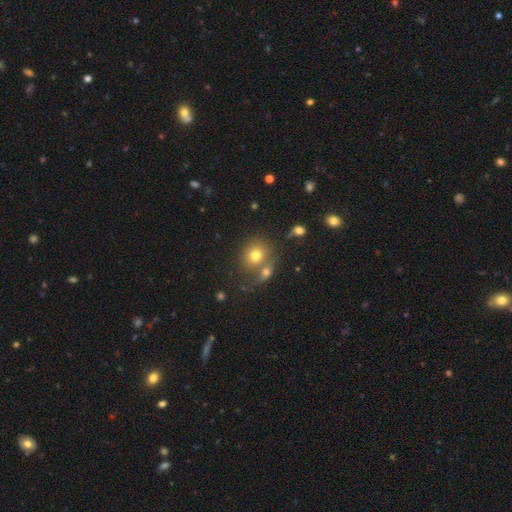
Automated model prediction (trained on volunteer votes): Smooth or featured?
  - smooth: 73% *
  - featured or disk: 14%
  - star or artifact: 13%
How rounded?
  - round: 74% *
  - in between: 25%
  - cigar-shaped: 1%
Merging?
  - none: 49% *
  - merger: 36%
  - minor disturbance: 10%
  - major disturbance: 5%